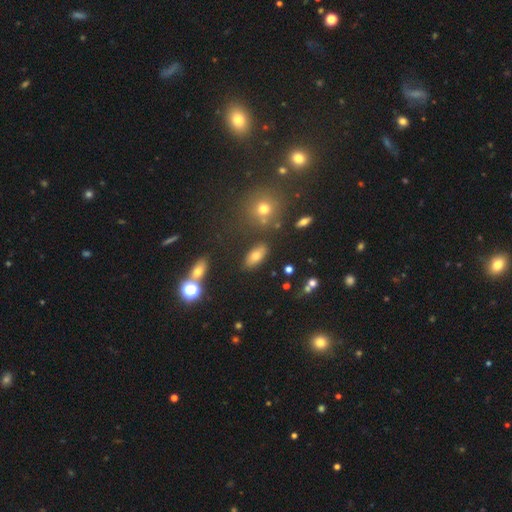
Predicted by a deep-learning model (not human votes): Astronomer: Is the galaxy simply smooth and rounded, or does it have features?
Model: smooth — 70%.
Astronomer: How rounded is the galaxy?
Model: in between — 85%.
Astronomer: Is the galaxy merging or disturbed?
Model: none — 82%.